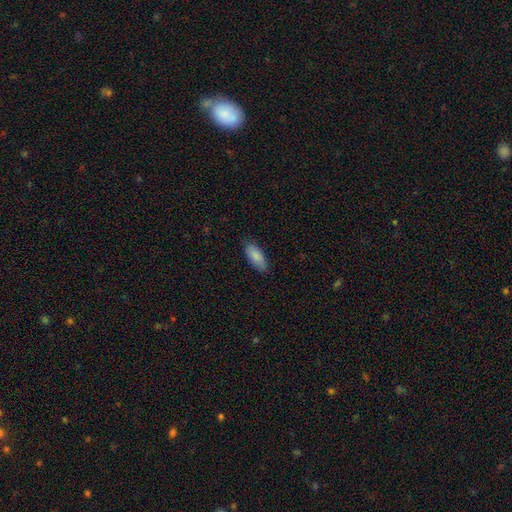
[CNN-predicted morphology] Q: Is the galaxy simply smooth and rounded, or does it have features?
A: smooth — 88%.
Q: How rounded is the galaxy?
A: in between — 83%.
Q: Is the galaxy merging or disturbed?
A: none — 83%.